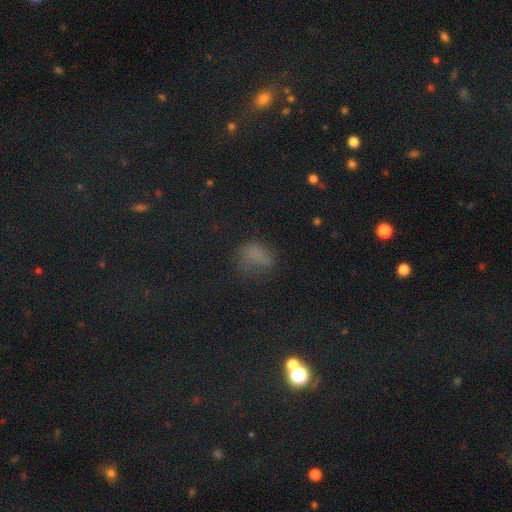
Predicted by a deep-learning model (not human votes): Smooth or featured? Predicted: smooth (p=0.57). How rounded? Predicted: in between (p=0.63). Merging? Predicted: none (p=0.43).